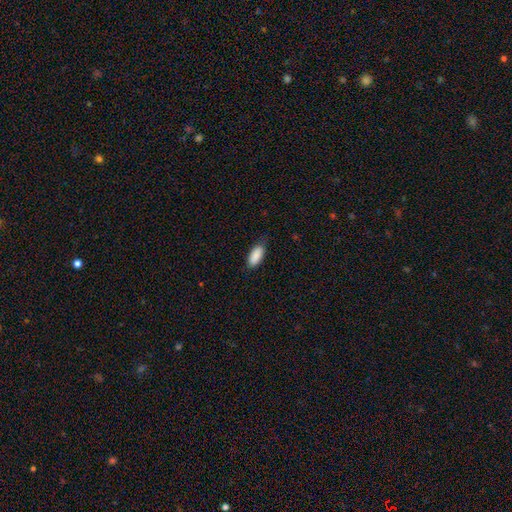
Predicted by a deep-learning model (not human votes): The model was most divided on "merging": none: 79%, minor disturbance: 17%, major disturbance: 3%, merger: 1%. More confident: smooth or featured — smooth (90%); how rounded — in between (85%).